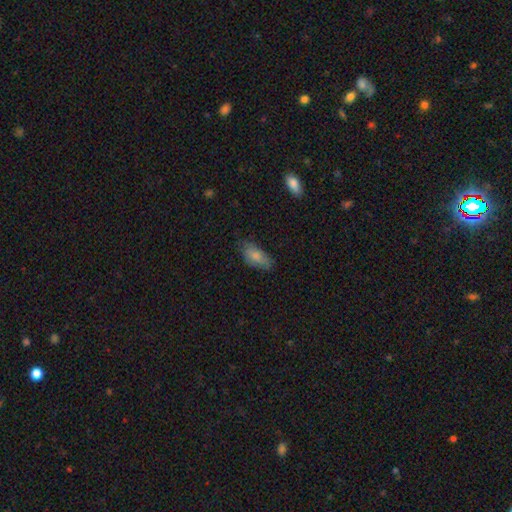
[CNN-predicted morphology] A smooth galaxy with no disk features (80%) that is in between round and cigar-shaped (90%).

Vote fractions:
- Smooth or featured? smooth: 80% / featured or disk: 13% / star or artifact: 7%
- How rounded? in between: 90% / cigar-shaped: 7% / round: 3%
- Merging? none: 66% / minor disturbance: 26% / major disturbance: 6% / merger: 1%